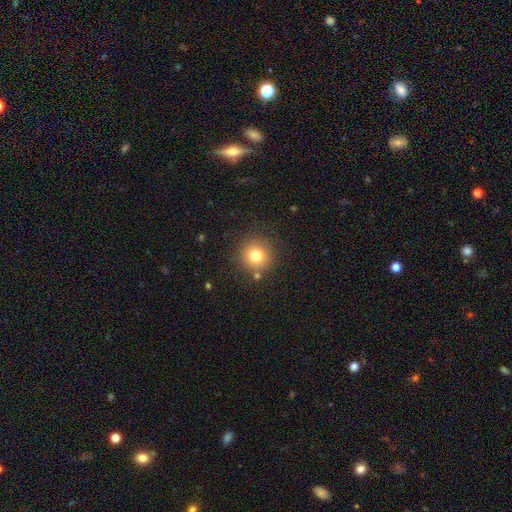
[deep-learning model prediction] Morphology: type=smooth (77%); roundness=round (94%); merging=none (86%).